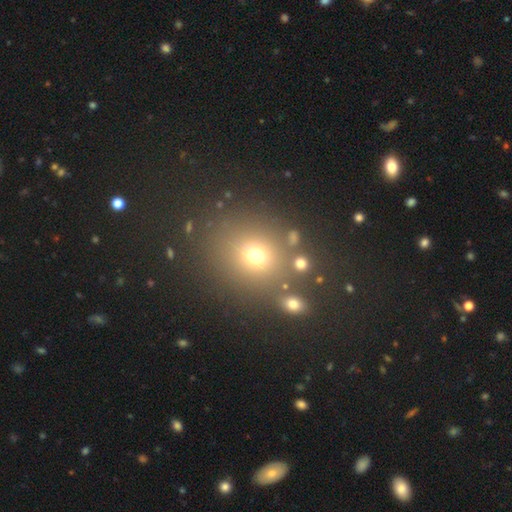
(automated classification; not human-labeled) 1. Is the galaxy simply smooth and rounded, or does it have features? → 66% smooth, 23% star or artifact, 11% featured or disk.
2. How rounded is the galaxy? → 72% round, 27% in between, 1% cigar-shaped.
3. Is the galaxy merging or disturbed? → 76% none, 10% minor disturbance, 8% merger, 5% major disturbance.